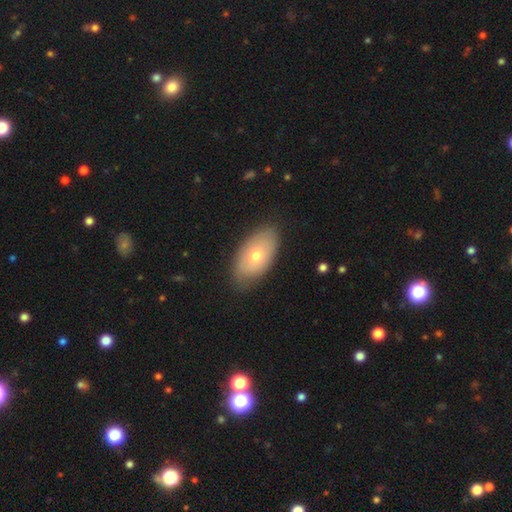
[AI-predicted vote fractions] Smooth or featured?
  - smooth: 63% *
  - featured or disk: 30%
  - star or artifact: 7%
How rounded?
  - in between: 93% *
  - round: 5%
  - cigar-shaped: 2%
Merging?
  - none: 82% *
  - minor disturbance: 14%
  - major disturbance: 3%
  - merger: 1%